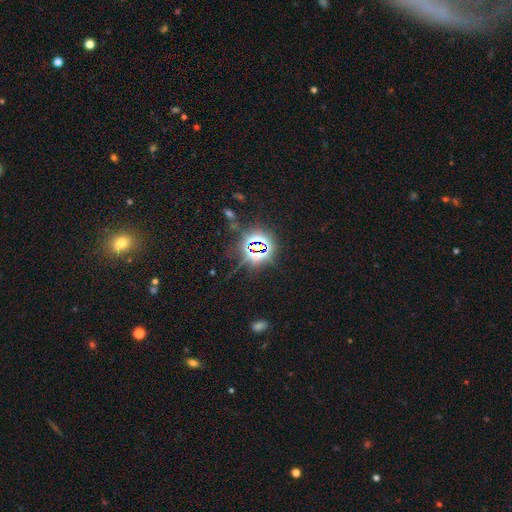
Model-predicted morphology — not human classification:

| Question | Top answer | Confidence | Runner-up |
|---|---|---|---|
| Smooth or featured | star or artifact | 80% | smooth (12%) |